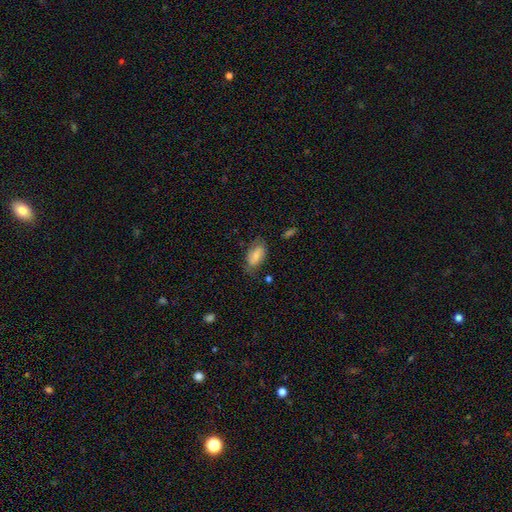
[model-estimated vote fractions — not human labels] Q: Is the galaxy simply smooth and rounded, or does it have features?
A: smooth — 69%.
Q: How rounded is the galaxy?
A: in between — 92%.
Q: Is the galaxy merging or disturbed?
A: none — 63%.